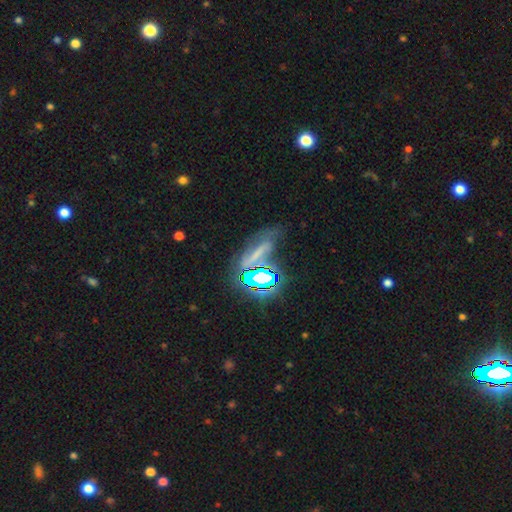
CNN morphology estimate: Smooth or featured: star or artifact — 47% (smooth — 27%)